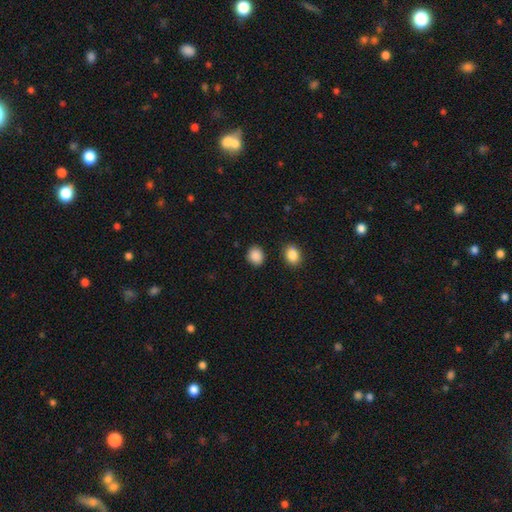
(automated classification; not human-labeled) A smooth galaxy with no disk features (88%) that is round (65%).

Vote fractions:
- Smooth or featured? smooth: 88% / star or artifact: 9% / featured or disk: 3%
- How rounded? round: 65% / in between: 34% / cigar-shaped: 1%
- Merging? none: 86% / minor disturbance: 9% / merger: 3% / major disturbance: 3%